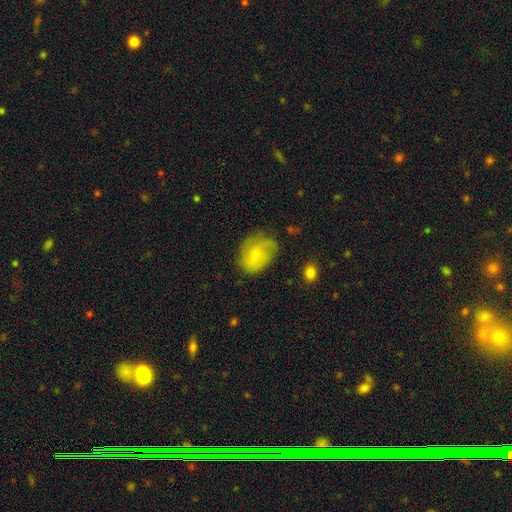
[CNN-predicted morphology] Smooth or featured: smooth — 60% (featured or disk — 33%)
How rounded: in between — 60% (round — 39%)
Merging: none — 63% (minor disturbance — 26%)